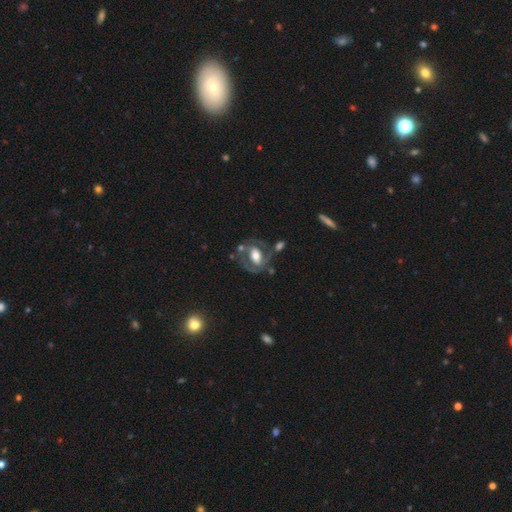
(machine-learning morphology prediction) featured or disk 66%, smooth 27%, star or artifact 6%. Down the decision tree: edge-on disk — no (94%); bar — no (43%); spiral arms — yes (55%); bulge size — moderate (59%); merging — none (52%).